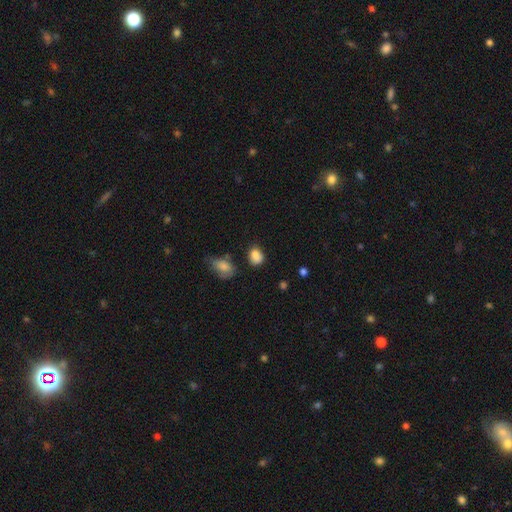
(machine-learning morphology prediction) A smooth galaxy with no disk features (84%) that is in between round and cigar-shaped (61%). Merging: none (60%).